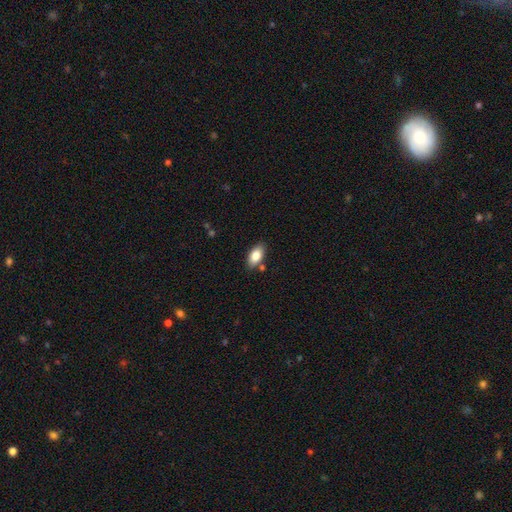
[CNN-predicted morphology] The model was most divided on "merging": none: 81%, minor disturbance: 12%, merger: 4%, major disturbance: 2%. More confident: how rounded — in between (92%); smooth or featured — smooth (83%).